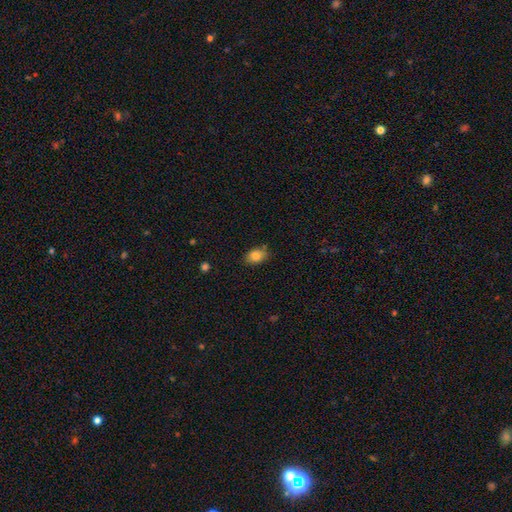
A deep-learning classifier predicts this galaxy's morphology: smooth-or-featured: smooth: 84% | star or artifact: 9% | featured or disk: 7%
  how-rounded: in between: 77% | round: 21% | cigar-shaped: 1%
  merging: none: 76% | minor disturbance: 18% | major disturbance: 3% | merger: 3%